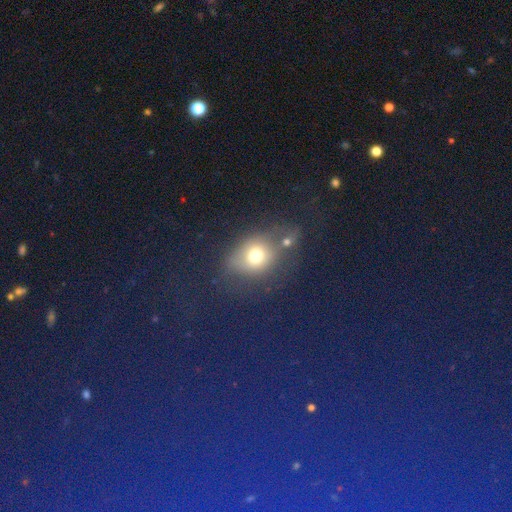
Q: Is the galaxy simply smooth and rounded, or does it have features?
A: smooth — 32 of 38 (84%).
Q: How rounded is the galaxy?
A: in between — 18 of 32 (56%).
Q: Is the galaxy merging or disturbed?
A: none — 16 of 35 (46%).